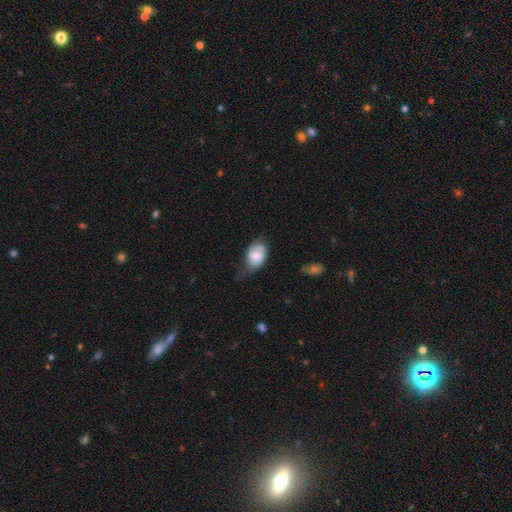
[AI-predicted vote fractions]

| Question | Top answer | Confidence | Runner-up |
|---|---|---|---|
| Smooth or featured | smooth | 61% | featured or disk (32%) |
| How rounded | in between | 81% | round (17%) |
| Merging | minor disturbance | 38% | none (32%) |